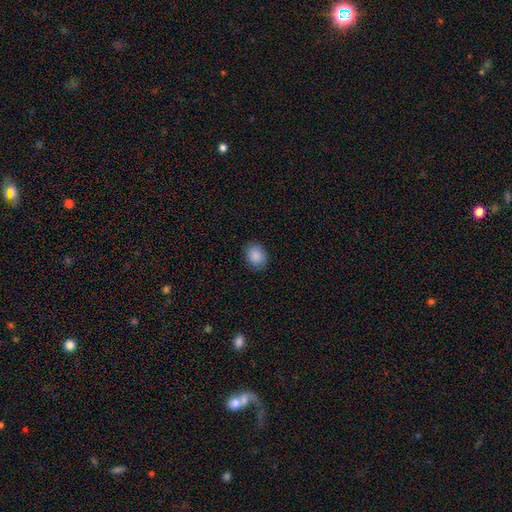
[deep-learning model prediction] smooth_or_featured: smooth (p=0.89) [alt: star or artifact p=0.08]
how_rounded: in between (p=0.53) [alt: round p=0.46]
merging: none (p=0.87) [alt: minor disturbance p=0.09]